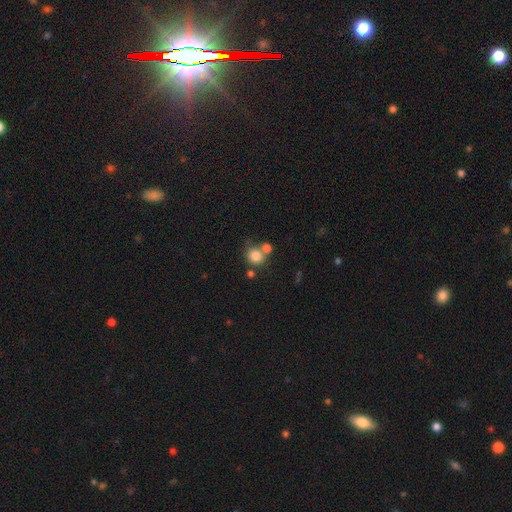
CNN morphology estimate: smooth 82%, star or artifact 11%, featured or disk 7%. Down the decision tree: how rounded — round (83%); merging — none (54%).